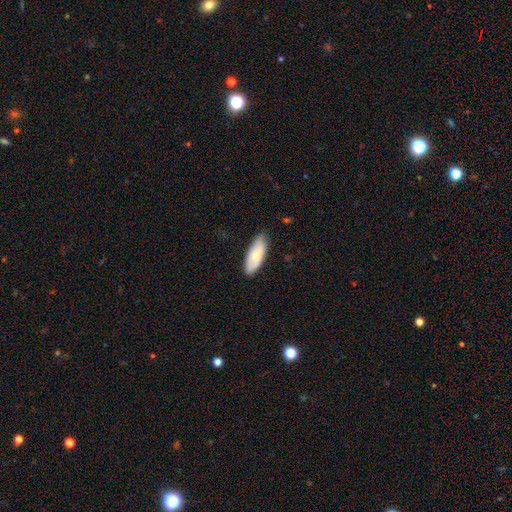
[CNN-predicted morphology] Overall: smooth (71%). How rounded: in between (75%). Merging: none (80%).